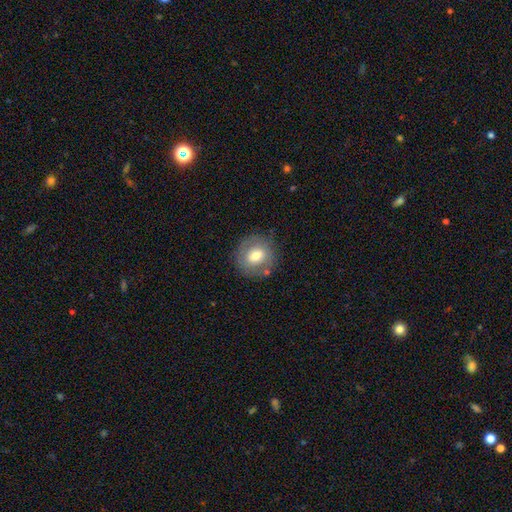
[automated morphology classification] smooth_or_featured: smooth (p=0.62) [alt: featured or disk p=0.30]
how_rounded: round (p=0.85) [alt: in between p=0.14]
merging: none (p=0.79) [alt: minor disturbance p=0.14]